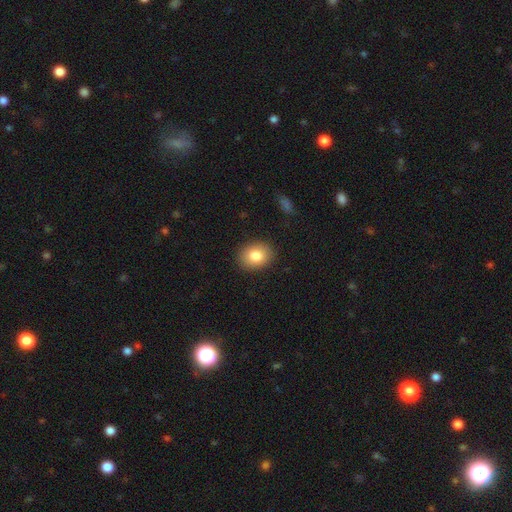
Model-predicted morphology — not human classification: smooth_or_featured: smooth (p=0.83) [alt: featured or disk p=0.09]
how_rounded: in between (p=0.58) [alt: round p=0.41]
merging: none (p=0.89) [alt: minor disturbance p=0.08]